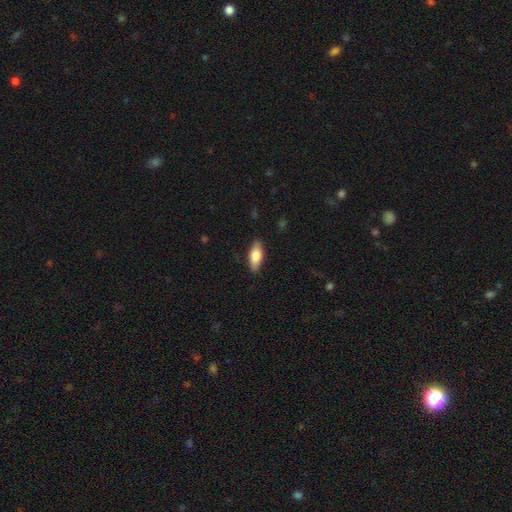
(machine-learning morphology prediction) Smooth or featured? smooth (71%)
How rounded? in between (77%)
Merging? none (87%)